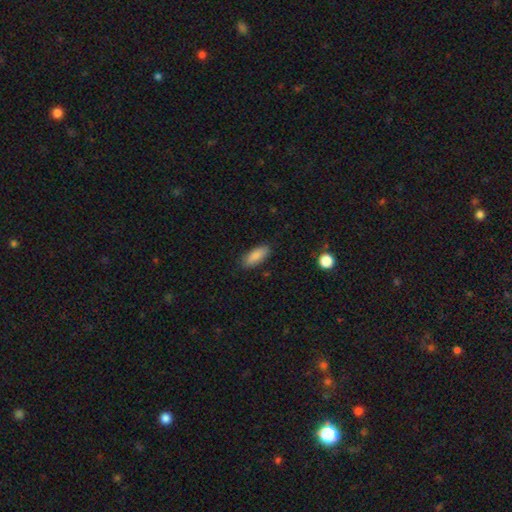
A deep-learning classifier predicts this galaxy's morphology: Q: Smooth or featured?
A: smooth (87%); runner-up: star or artifact (7%)
Q: How rounded?
A: in between (77%); runner-up: cigar-shaped (21%)
Q: Merging?
A: none (84%); runner-up: minor disturbance (12%)